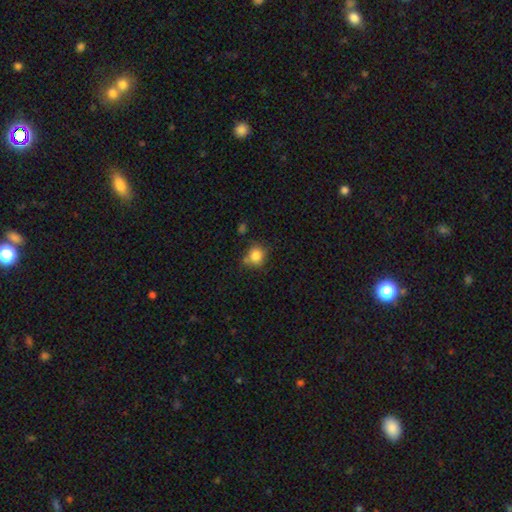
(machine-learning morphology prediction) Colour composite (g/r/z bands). It shows a smooth galaxy with no disk features (83%) that is round (81%). Merging: none (65%).